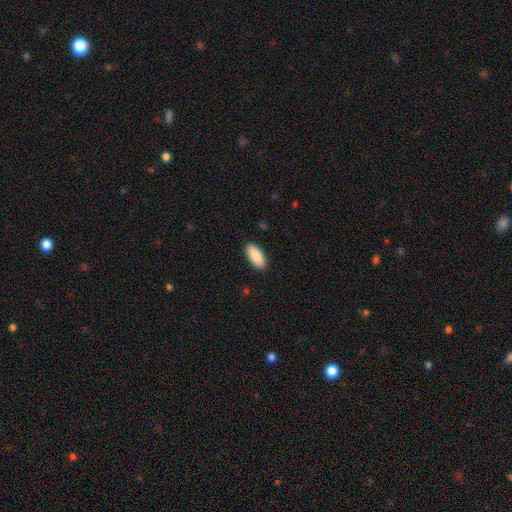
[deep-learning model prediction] Smooth or featured: smooth — 89% (star or artifact — 6%)
How rounded: in between — 88% (cigar-shaped — 11%)
Merging: none — 90% (minor disturbance — 7%)